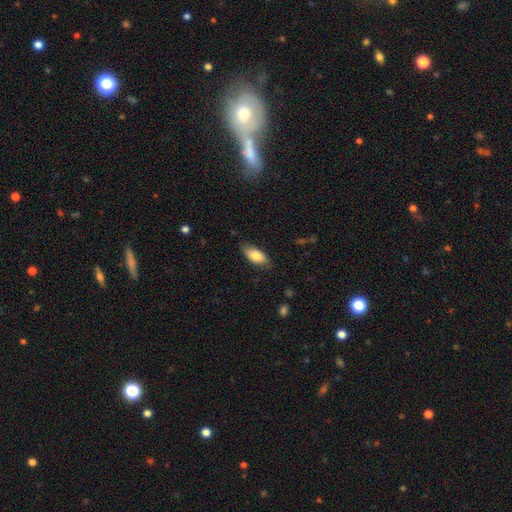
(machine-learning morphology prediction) A smooth galaxy with no disk features (80%) that is in between round and cigar-shaped (89%).

Vote fractions:
- Smooth or featured? smooth: 80% / featured or disk: 13% / star or artifact: 6%
- How rounded? in between: 89% / cigar-shaped: 9% / round: 2%
- Merging? none: 79% / minor disturbance: 17% / major disturbance: 3% / merger: 1%